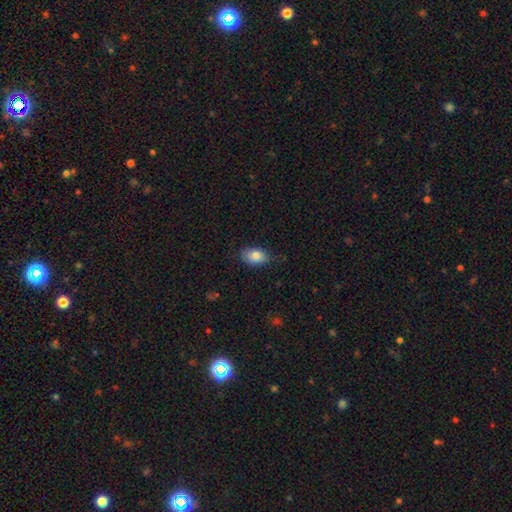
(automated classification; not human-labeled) Morphology: type=smooth (83%); roundness=in between (88%); merging=none (77%).